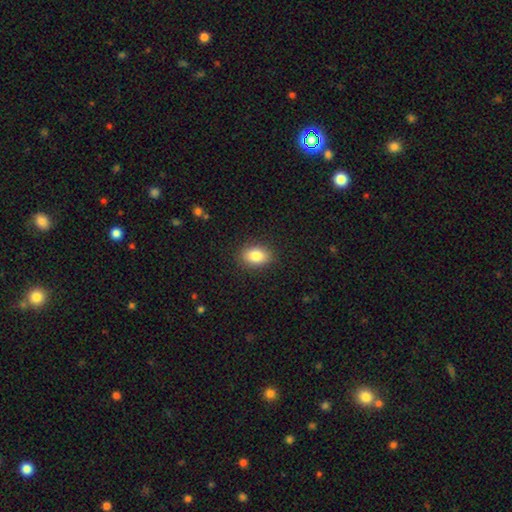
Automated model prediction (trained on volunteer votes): Smooth or featured?
  - smooth: 84% *
  - star or artifact: 8%
  - featured or disk: 8%
How rounded?
  - in between: 80% *
  - round: 19%
  - cigar-shaped: 1%
Merging?
  - none: 88% *
  - minor disturbance: 9%
  - major disturbance: 2%
  - merger: 1%